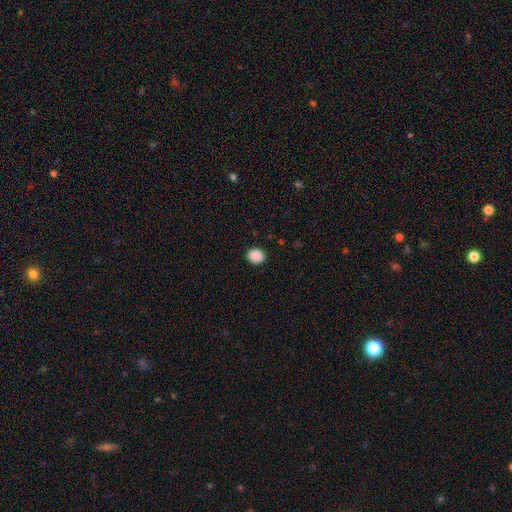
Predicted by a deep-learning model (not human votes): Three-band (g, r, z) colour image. It shows a smooth galaxy with no disk features (89%) that is round (72%). Merging: none (90%).